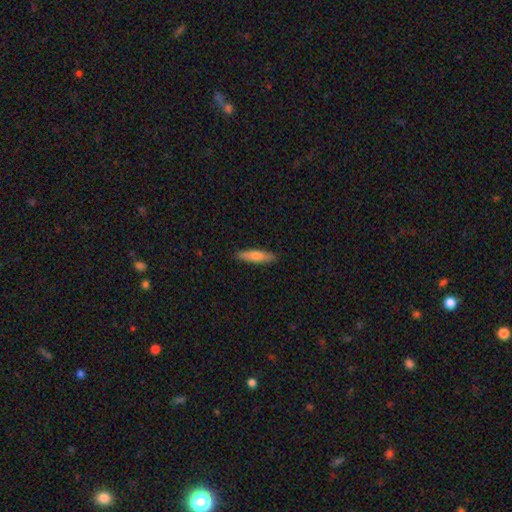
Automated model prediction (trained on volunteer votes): A smooth galaxy with no disk features (69%) that is cigar-shaped (80%).

Vote fractions:
- Smooth or featured? smooth: 69% / featured or disk: 25% / star or artifact: 6%
- How rounded? cigar-shaped: 80% / in between: 19% / round: 2%
- Merging? none: 90% / minor disturbance: 8% / major disturbance: 2% / merger: 1%